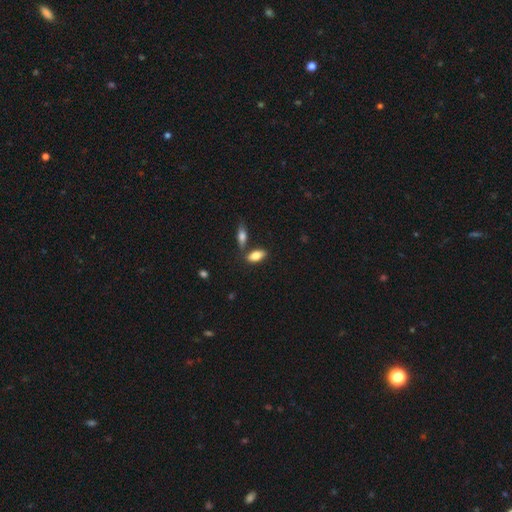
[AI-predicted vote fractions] Smooth or featured: smooth — 77% (featured or disk — 16%)
How rounded: in between — 86% (cigar-shaped — 11%)
Merging: none — 67% (merger — 18%)